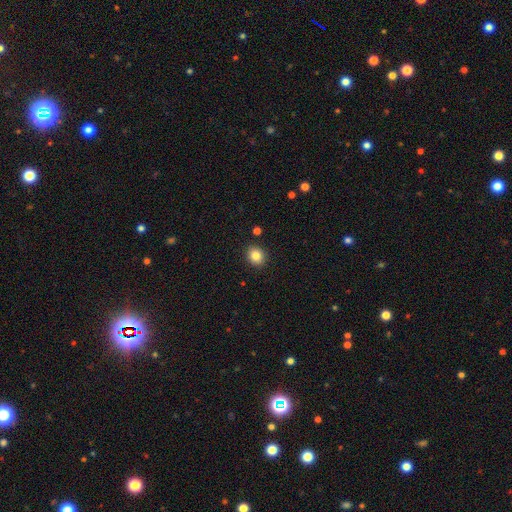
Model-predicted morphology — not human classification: type=smooth (84%); roundness=round (71%); merging=none (90%).